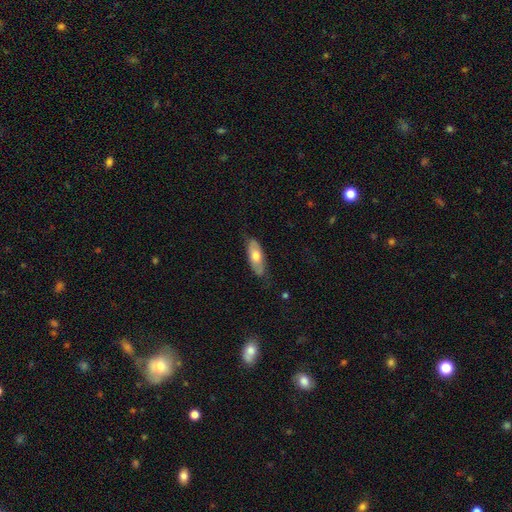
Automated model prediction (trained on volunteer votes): Smooth or featured: smooth — 60% (featured or disk — 34%)
How rounded: in between — 74% (cigar-shaped — 24%)
Merging: none — 72% (minor disturbance — 22%)